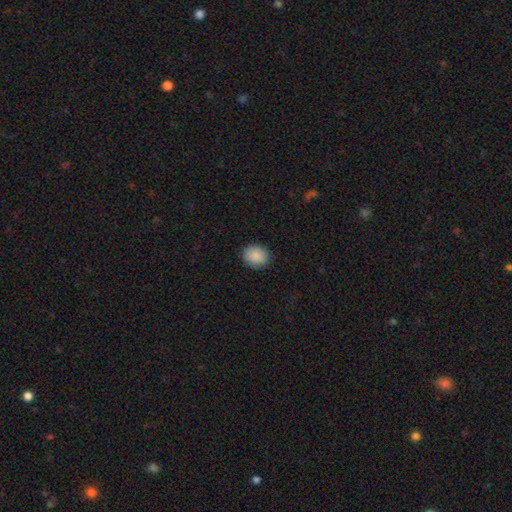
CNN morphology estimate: Smooth or featured? Predicted: smooth (p=0.89). How rounded? Predicted: round (p=0.54). Merging? Predicted: none (p=0.88).